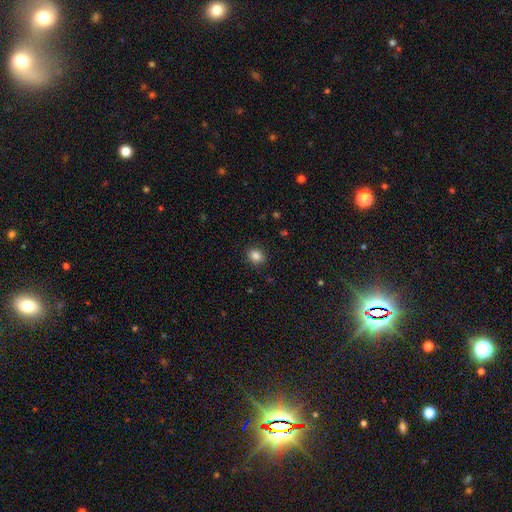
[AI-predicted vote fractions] smooth-or-featured: smooth: 85% | star or artifact: 11% | featured or disk: 4%
  how-rounded: round: 58% | in between: 41% | cigar-shaped: 1%
  merging: none: 88% | minor disturbance: 8% | major disturbance: 2% | merger: 1%